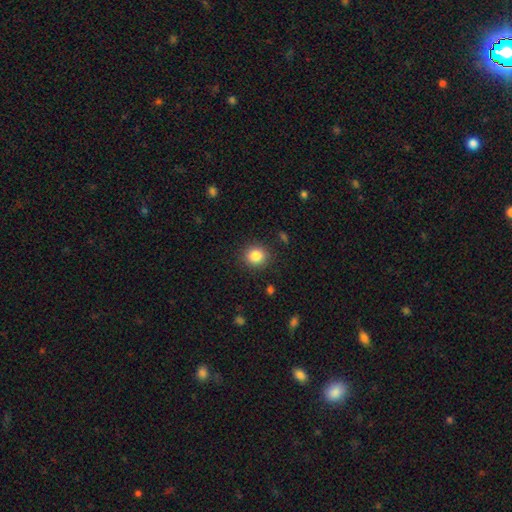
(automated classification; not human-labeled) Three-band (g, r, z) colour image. It shows a smooth galaxy with no disk features (85%) that is round (83%). Merging: none (89%).